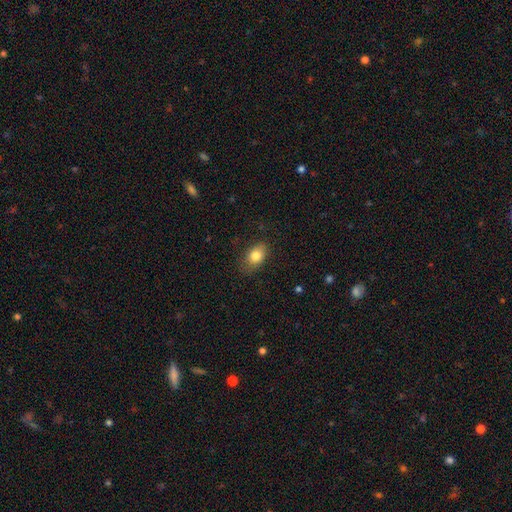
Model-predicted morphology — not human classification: smooth 81%, featured or disk 10%, star or artifact 8%. Down the decision tree: how rounded — in between (83%); merging — none (76%).